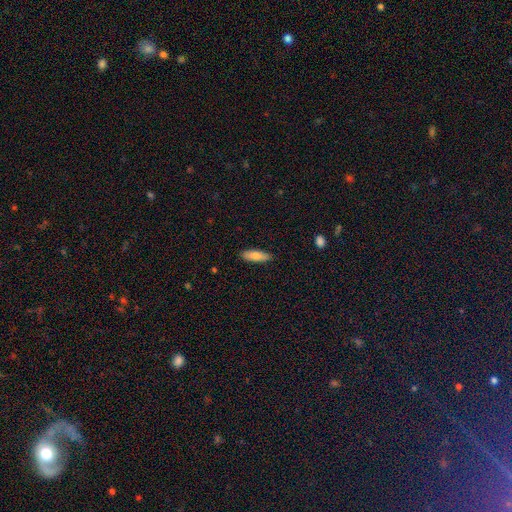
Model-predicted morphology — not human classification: The model was most divided on "how rounded": in between: 53%, cigar-shaped: 45%, round: 2%. More confident: merging — none (86%); smooth or featured — smooth (79%).